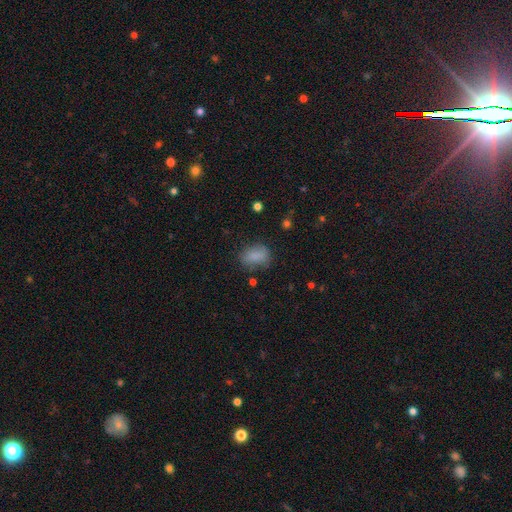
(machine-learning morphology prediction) type=smooth (82%); roundness=in between (82%); merging=none (66%).